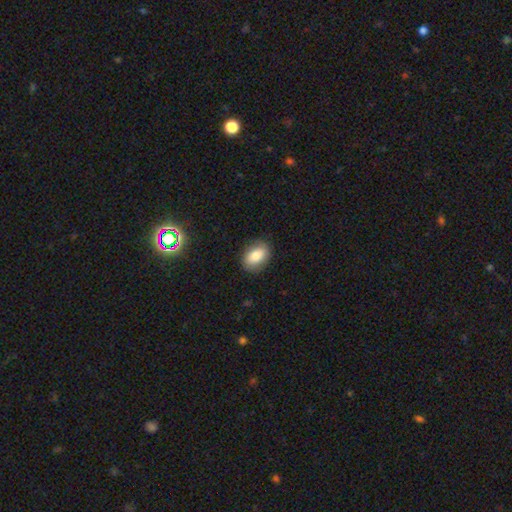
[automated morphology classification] smooth_or_featured: smooth (p=0.81) [alt: featured or disk p=0.11]
how_rounded: in between (p=0.81) [alt: round p=0.18]
merging: none (p=0.85) [alt: minor disturbance p=0.11]